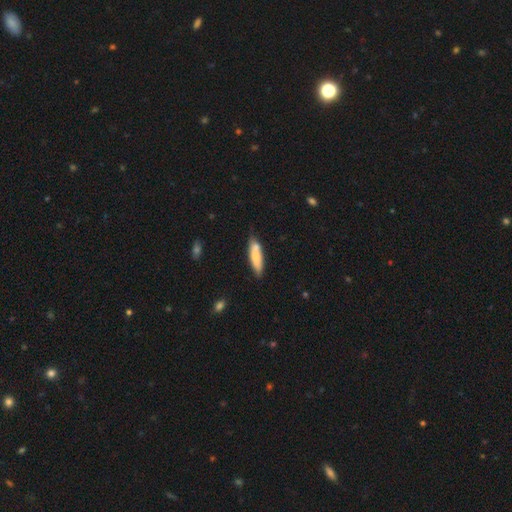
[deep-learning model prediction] This appears to be a smooth galaxy with no disk features (75%) that is cigar-shaped (72%). Merging: none (73%).